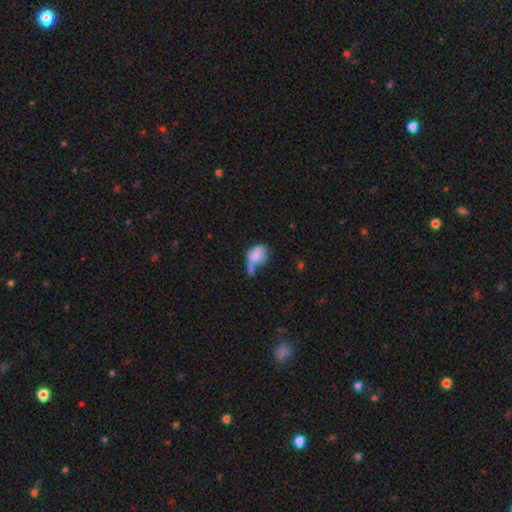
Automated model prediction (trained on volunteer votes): smooth 75%, featured or disk 17%, star or artifact 8%. Down the decision tree: how rounded — in between (69%); merging — merger (38%).